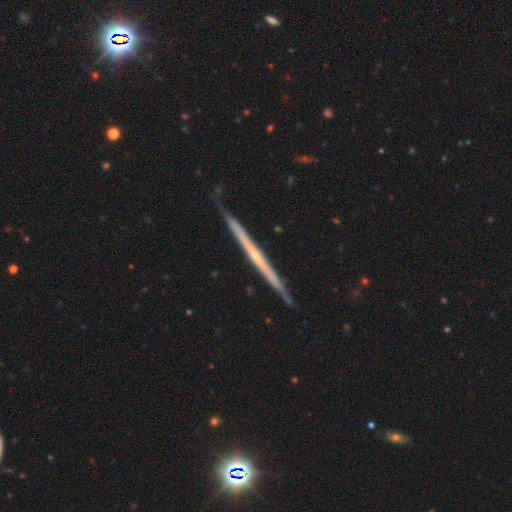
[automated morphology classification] Q: Smooth or featured?
A: featured or disk (79%); runner-up: smooth (16%)
Q: Edge-on disk?
A: yes (98%); runner-up: no (2%)
Q: Edge-on bulge?
A: none (56%); runner-up: rounded (40%)
Q: Merging?
A: none (83%); runner-up: minor disturbance (14%)